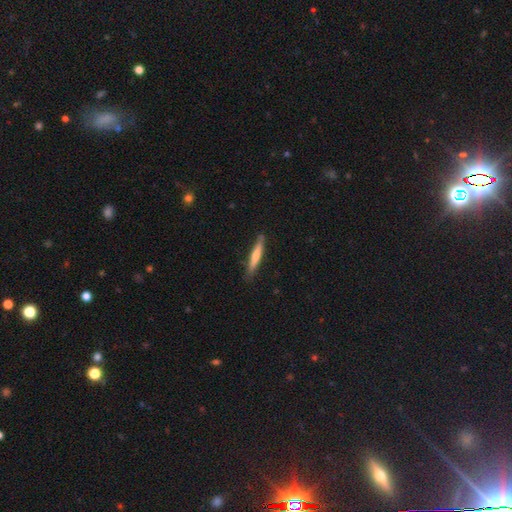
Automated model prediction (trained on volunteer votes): Overall: smooth (62%; featured or disk 33%). How rounded: cigar-shaped (93%). Merging: none (84%).